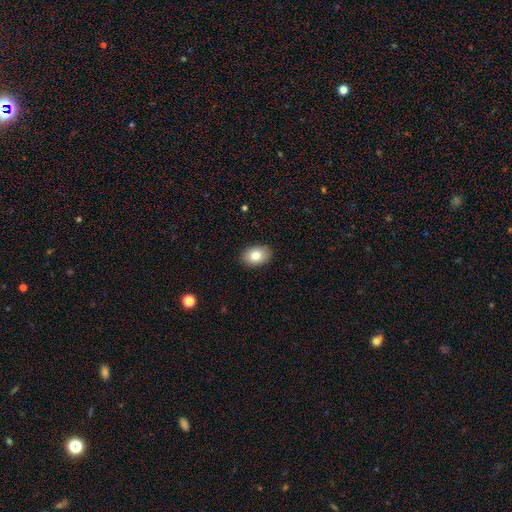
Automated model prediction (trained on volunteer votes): The model was most divided on "how rounded": in between: 79%, round: 20%, cigar-shaped: 1%. More confident: merging — none (89%); smooth or featured — smooth (80%).